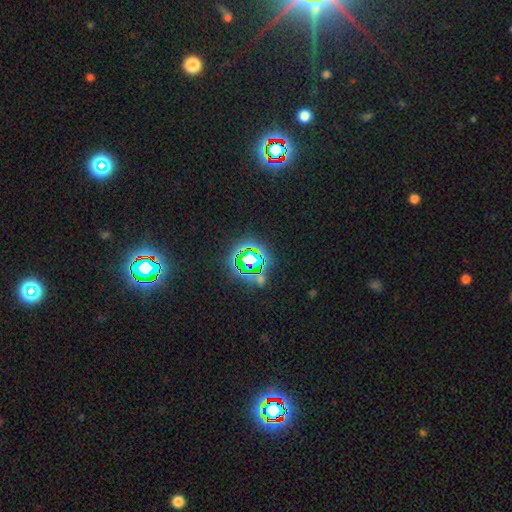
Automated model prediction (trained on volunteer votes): smooth-or-featured: star or artifact: 73% | smooth: 17% | featured or disk: 11%